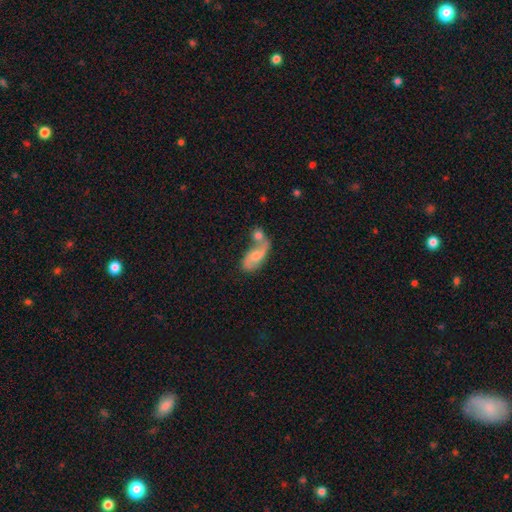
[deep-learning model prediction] This appears to be a featured or disk galaxy (49%). Merging: merger (49%).